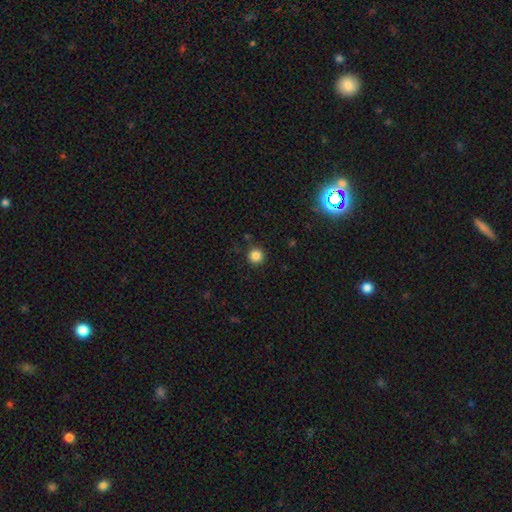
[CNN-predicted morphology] A smooth galaxy with no disk features (84%) that is round (95%). Merging: none (90%).